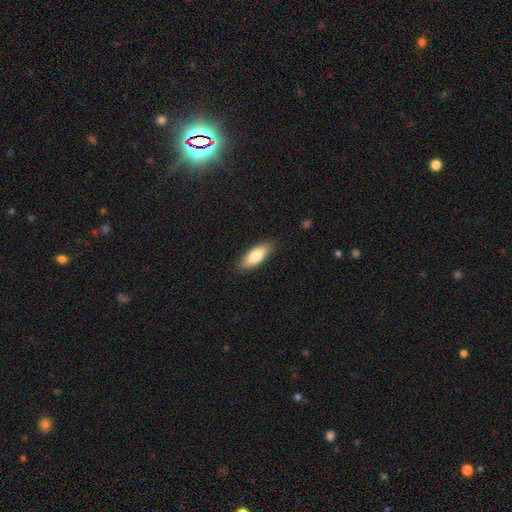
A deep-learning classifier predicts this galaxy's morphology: smooth-or-featured: smooth: 79% | featured or disk: 15% | star or artifact: 6%
  how-rounded: in between: 69% | cigar-shaped: 29% | round: 2%
  merging: none: 88% | minor disturbance: 9% | major disturbance: 2% | merger: 1%